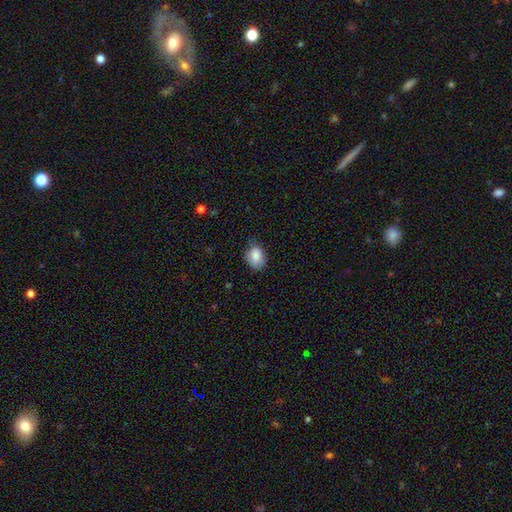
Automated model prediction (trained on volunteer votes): smooth-or-featured: smooth: 85% | star or artifact: 8% | featured or disk: 7%
  how-rounded: in between: 64% | round: 35% | cigar-shaped: 1%
  merging: none: 64% | minor disturbance: 29% | major disturbance: 5% | merger: 1%